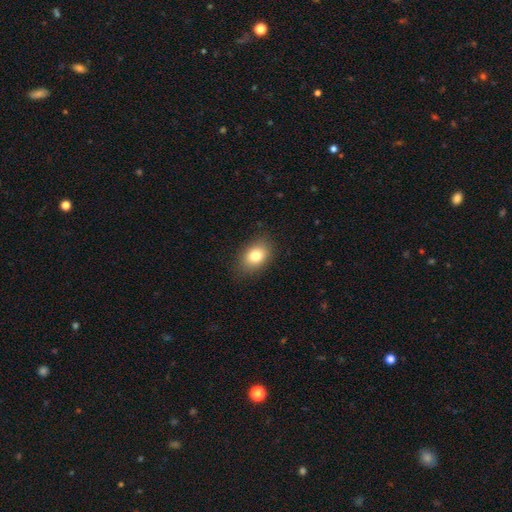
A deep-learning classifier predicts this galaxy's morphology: The model was most divided on "how rounded": in between: 76%, round: 23%, cigar-shaped: 1%. More confident: merging — none (85%); smooth or featured — smooth (80%).